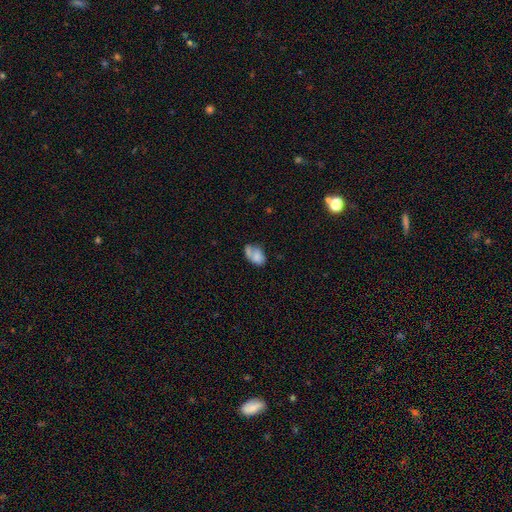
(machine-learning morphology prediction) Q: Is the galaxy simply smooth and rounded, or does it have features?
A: smooth — 67%.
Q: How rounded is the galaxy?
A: in between — 85%.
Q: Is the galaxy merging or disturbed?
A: none — 36%.